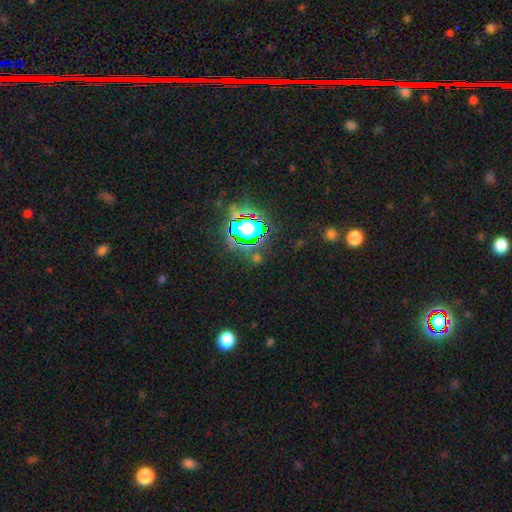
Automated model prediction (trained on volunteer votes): A star or artifact, not a galaxy (70%).